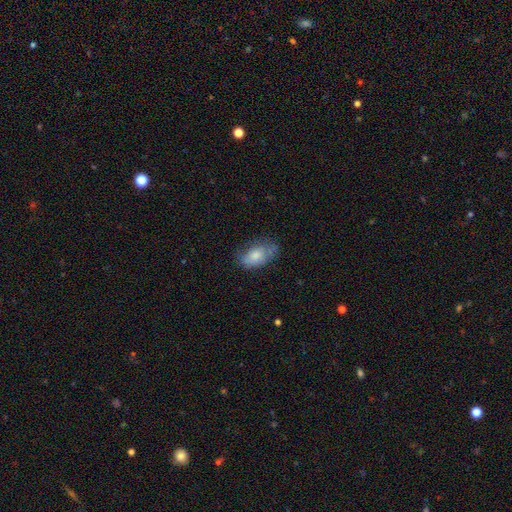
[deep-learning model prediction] smooth-or-featured: smooth: 73% | featured or disk: 20% | star or artifact: 7%
  how-rounded: in between: 91% | round: 6% | cigar-shaped: 3%
  merging: none: 55% | minor disturbance: 31% | major disturbance: 11% | merger: 3%